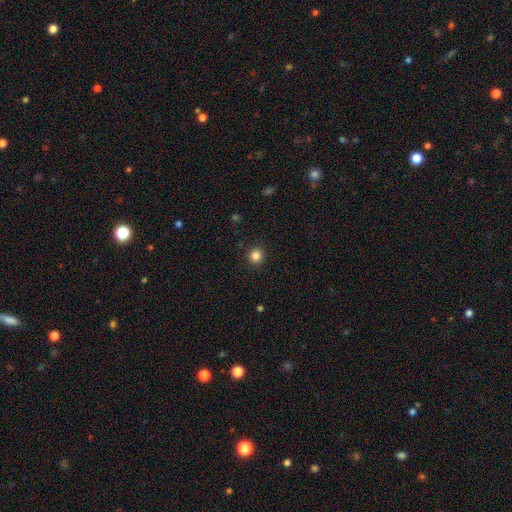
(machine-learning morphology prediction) smooth_or_featured: smooth (p=0.84) [alt: star or artifact p=0.12]
how_rounded: round (p=0.93) [alt: in between p=0.06]
merging: none (p=0.92) [alt: minor disturbance p=0.05]